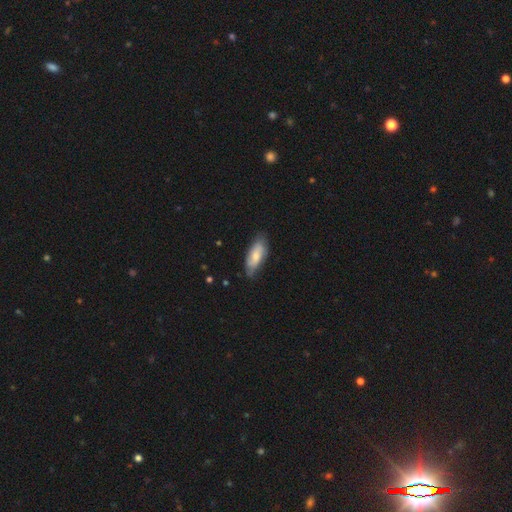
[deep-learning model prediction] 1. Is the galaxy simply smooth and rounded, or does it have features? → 63% smooth, 32% featured or disk, 6% star or artifact.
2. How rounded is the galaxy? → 78% in between, 20% cigar-shaped, 2% round.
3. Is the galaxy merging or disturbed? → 68% none, 26% minor disturbance, 5% major disturbance, 1% merger.